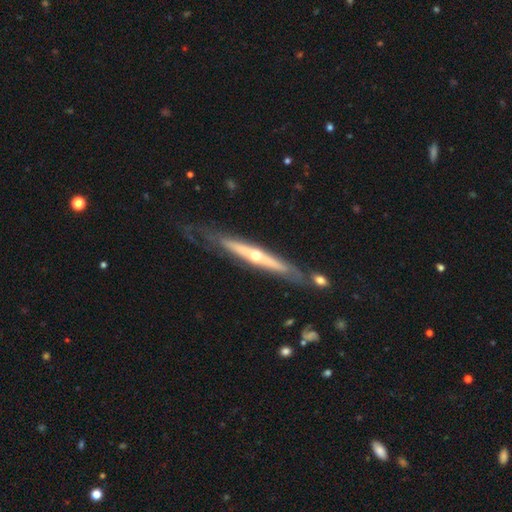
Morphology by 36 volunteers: type=featured or disk (75%); edge-on=yes (78%); edge-on bulge=rounded (95%); merging=none (69%).